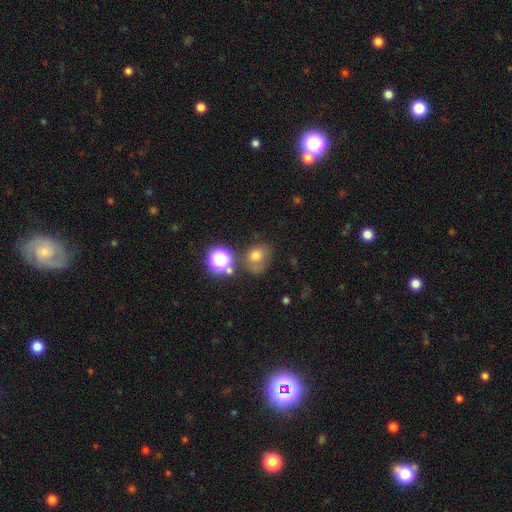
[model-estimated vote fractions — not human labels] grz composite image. It shows a smooth galaxy with no disk features (69%) that is round (60%). Merging: none (52%).